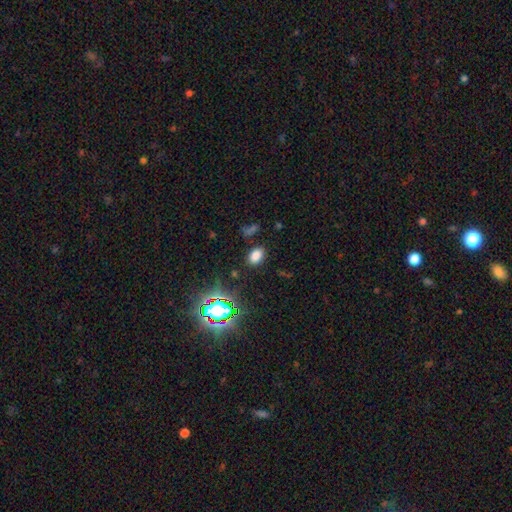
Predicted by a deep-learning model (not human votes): A smooth galaxy with no disk features (75%) that is in between round and cigar-shaped (83%).

Vote fractions:
- Smooth or featured? smooth: 75% / star or artifact: 19% / featured or disk: 6%
- How rounded? in between: 83% / round: 16% / cigar-shaped: 1%
- Merging? none: 84% / minor disturbance: 10% / major disturbance: 3% / merger: 2%